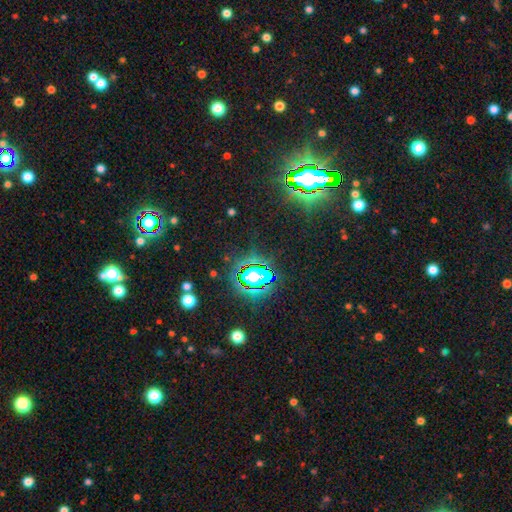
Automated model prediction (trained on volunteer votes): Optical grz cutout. It shows a star or artifact, not a galaxy (84%).